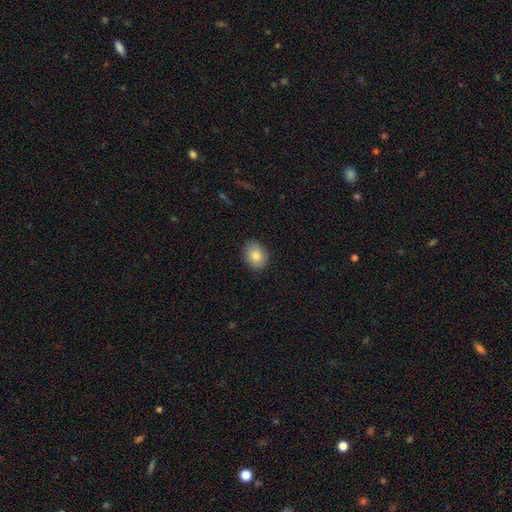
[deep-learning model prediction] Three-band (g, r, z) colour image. It shows a smooth galaxy with no disk features (83%) that is in between round and cigar-shaped (61%). Merging: none (88%).